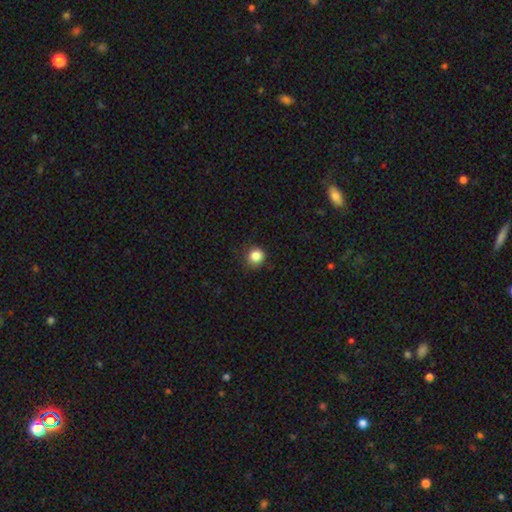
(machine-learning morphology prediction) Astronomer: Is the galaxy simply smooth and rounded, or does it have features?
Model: smooth — 85%.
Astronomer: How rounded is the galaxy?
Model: round — 90%.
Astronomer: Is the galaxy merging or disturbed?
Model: none — 81%.